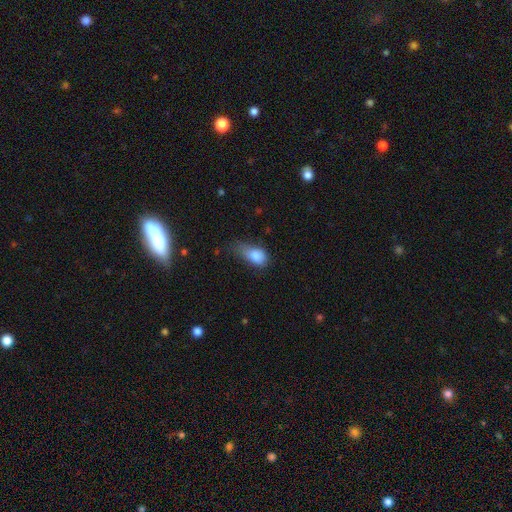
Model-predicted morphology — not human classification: This appears to be a smooth galaxy with no disk features (82%) that is in between round and cigar-shaped (84%). Merging: minor disturbance (44%).